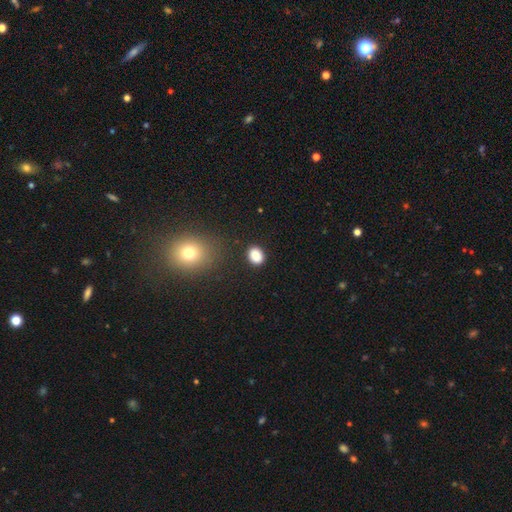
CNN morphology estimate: smooth-or-featured: smooth: 86% | star or artifact: 9% | featured or disk: 4%
  how-rounded: in between: 55% | round: 44% | cigar-shaped: 1%
  merging: none: 86% | minor disturbance: 9% | major disturbance: 3% | merger: 2%